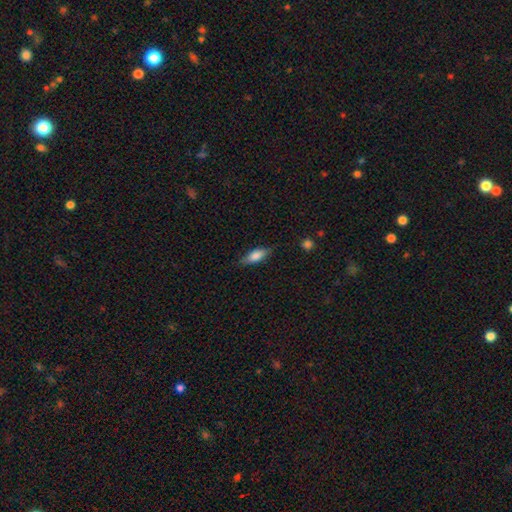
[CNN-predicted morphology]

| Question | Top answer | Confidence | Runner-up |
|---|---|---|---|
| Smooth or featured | smooth | 72% | featured or disk (21%) |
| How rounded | in between | 67% | cigar-shaped (30%) |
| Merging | none | 79% | minor disturbance (16%) |